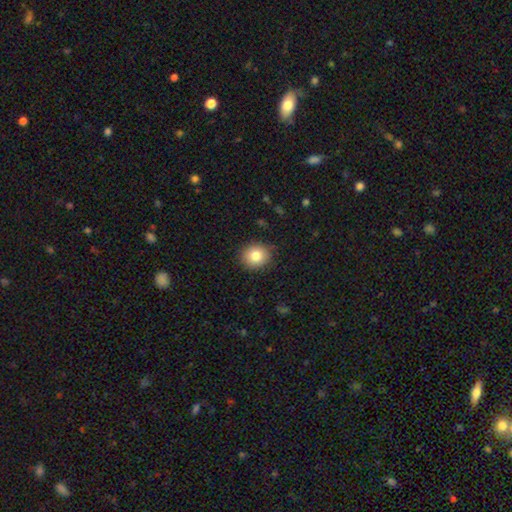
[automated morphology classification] The model was most divided on "how rounded": round: 82%, in between: 18%, cigar-shaped: 1%. More confident: merging — none (88%); smooth or featured — smooth (81%).